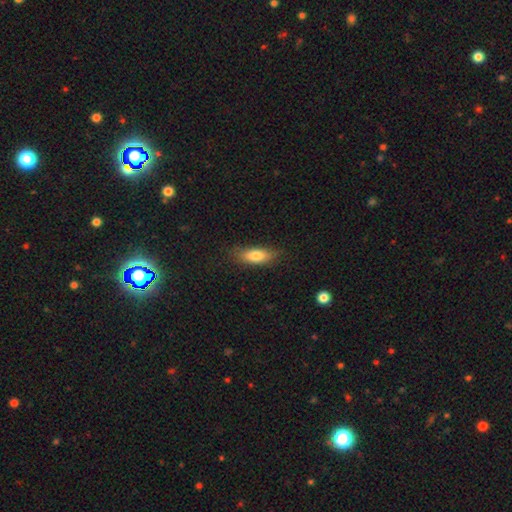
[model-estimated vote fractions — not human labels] Smooth or featured: smooth — 78% (featured or disk — 15%)
How rounded: in between — 71% (cigar-shaped — 26%)
Merging: none — 79% (minor disturbance — 16%)